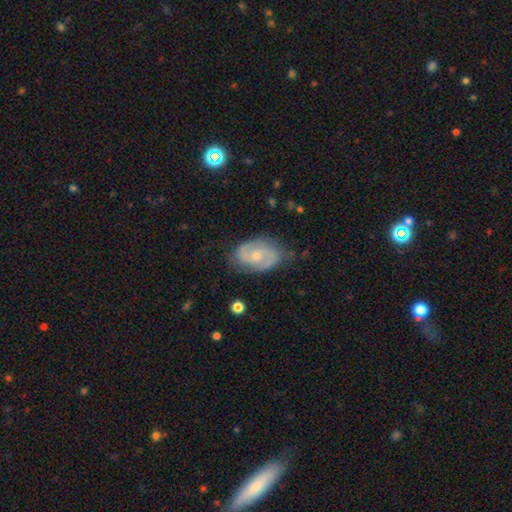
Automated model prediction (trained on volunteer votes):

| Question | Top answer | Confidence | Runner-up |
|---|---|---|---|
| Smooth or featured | featured or disk | 78% | smooth (16%) |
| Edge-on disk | no | 97% | yes (3%) |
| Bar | no | 57% | weak (36%) |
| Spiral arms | yes | 92% | no (8%) |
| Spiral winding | medium | 47% | tight (37%) |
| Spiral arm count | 2 | 83% | can't tell (10%) |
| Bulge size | small | 56% | moderate (40%) |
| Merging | none | 72% | minor disturbance (21%) |